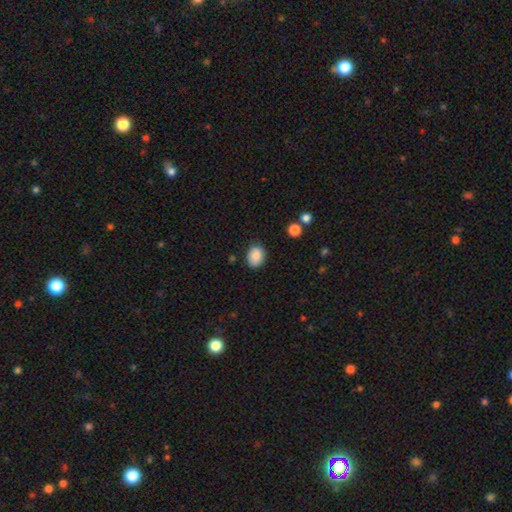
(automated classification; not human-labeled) This appears to be a smooth galaxy with no disk features (87%) that is in between round and cigar-shaped (62%). Merging: none (83%).